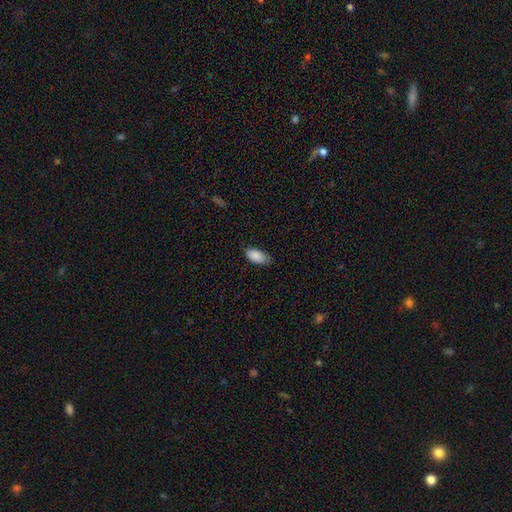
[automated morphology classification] The model was most divided on "merging": none: 73%, minor disturbance: 23%, major disturbance: 3%, merger: 1%. More confident: how rounded — in between (93%); smooth or featured — smooth (88%).